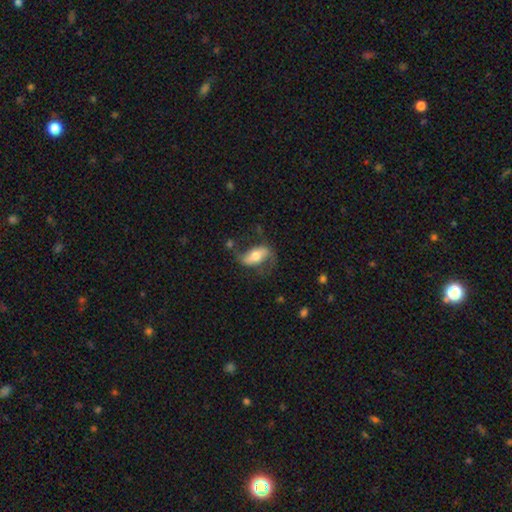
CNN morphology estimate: Smooth or featured? Predicted: featured or disk (p=0.52). Edge-on disk? Predicted: no (p=0.87). Merging? Predicted: none (p=0.56).